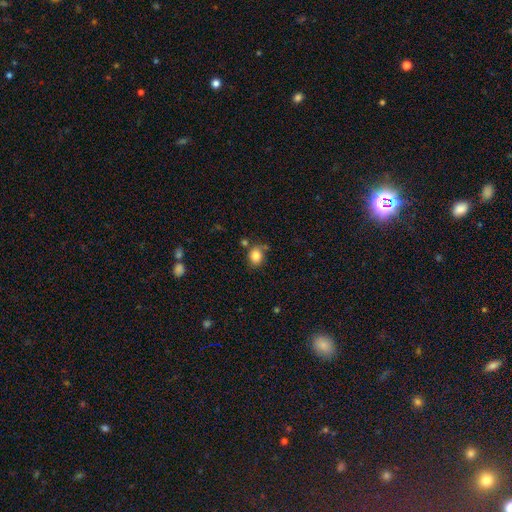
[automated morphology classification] This appears to be a smooth galaxy with no disk features (83%) that is round (58%). Merging: none (67%).